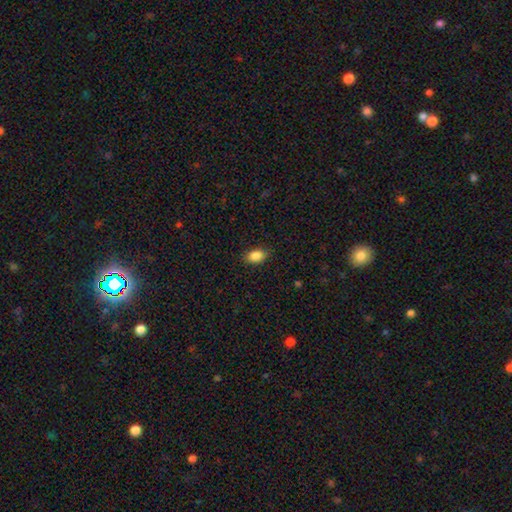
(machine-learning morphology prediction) Smooth or featured: smooth — 87% (star or artifact — 8%)
How rounded: in between — 87% (round — 12%)
Merging: none — 86% (minor disturbance — 10%)